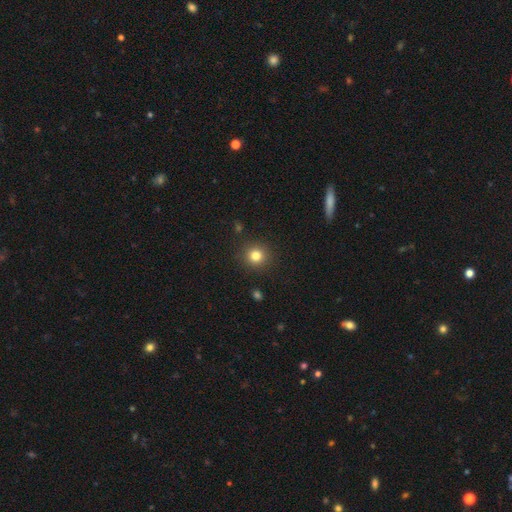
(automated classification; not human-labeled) Overall: smooth (81%). How rounded: round (93%). Merging: none (90%).